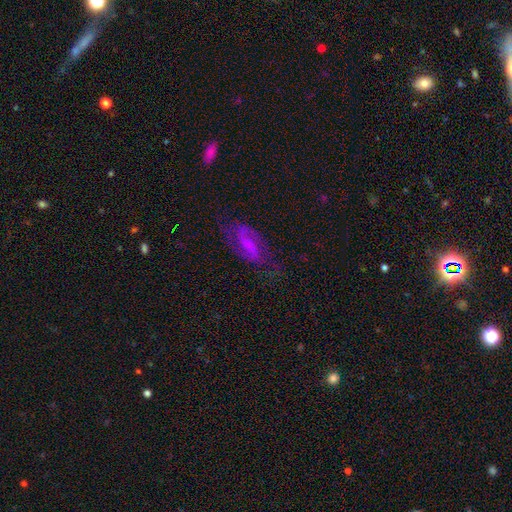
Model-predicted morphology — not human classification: type=featured or disk (83%); edge-on=no (95%); bar=weak (51%); spiral arms=yes (96%); winding=medium (53%); arm count=2 (91%); bulge=small (50%); merging=none (76%).